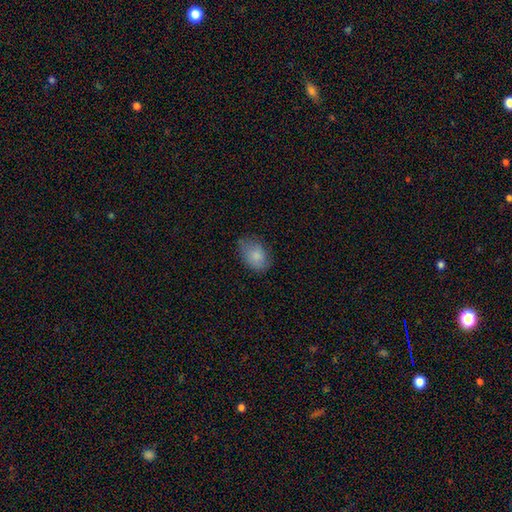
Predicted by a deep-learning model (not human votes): Smooth or featured: smooth — 82% (featured or disk — 11%)
How rounded: in between — 81% (round — 18%)
Merging: none — 63% (minor disturbance — 29%)